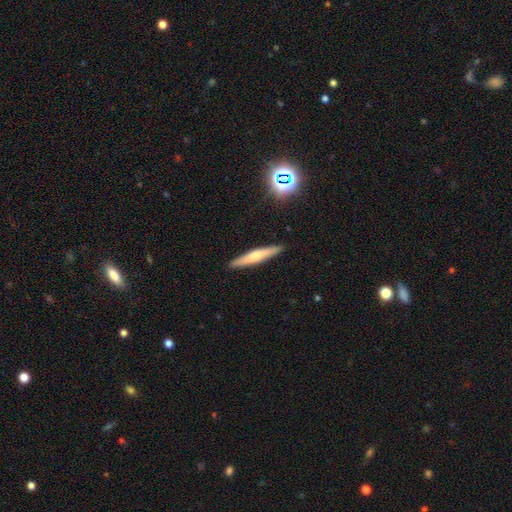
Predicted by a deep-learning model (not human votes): Q: Smooth or featured?
A: smooth (55%); runner-up: featured or disk (38%)
Q: How rounded?
A: cigar-shaped (93%); runner-up: in between (6%)
Q: Merging?
A: none (90%); runner-up: minor disturbance (7%)